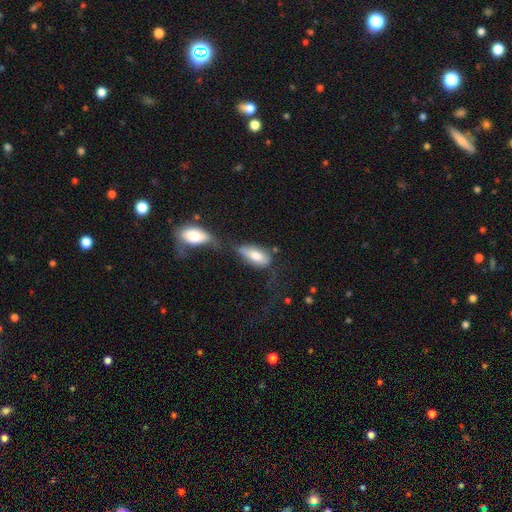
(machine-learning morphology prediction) Smooth or featured? smooth (71%)
How rounded? in between (85%)
Merging? none (32%)